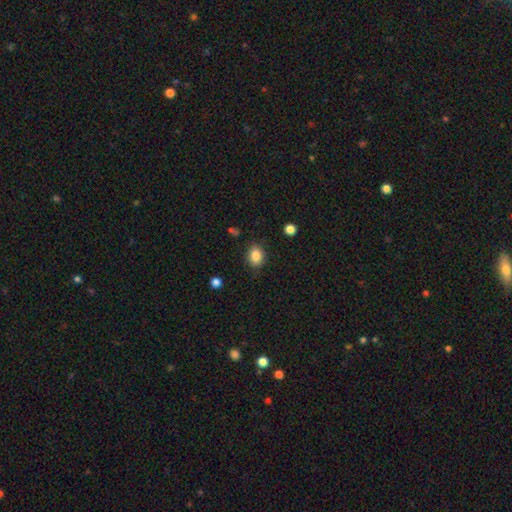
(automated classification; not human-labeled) Smooth or featured? smooth (85%)
How rounded? in between (63%)
Merging? none (82%)